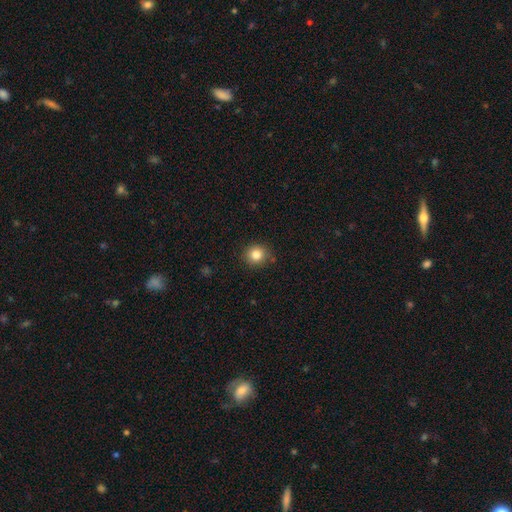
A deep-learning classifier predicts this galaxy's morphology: Overall: smooth (83%). How rounded: round (88%). Merging: none (87%).